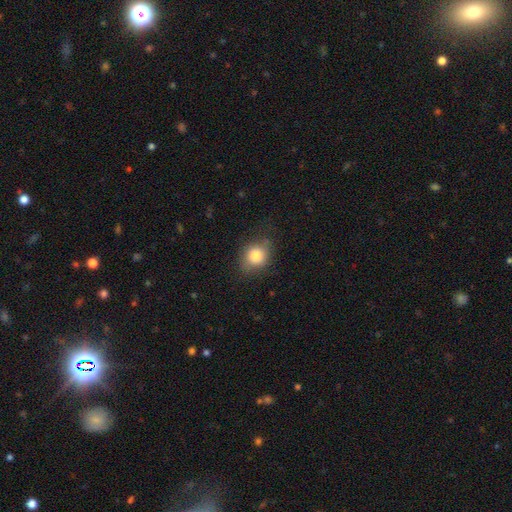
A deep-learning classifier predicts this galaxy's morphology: smooth-or-featured: smooth: 80% | featured or disk: 10% | star or artifact: 10%
  how-rounded: round: 65% | in between: 34% | cigar-shaped: 1%
  merging: none: 71% | minor disturbance: 21% | major disturbance: 6% | merger: 1%